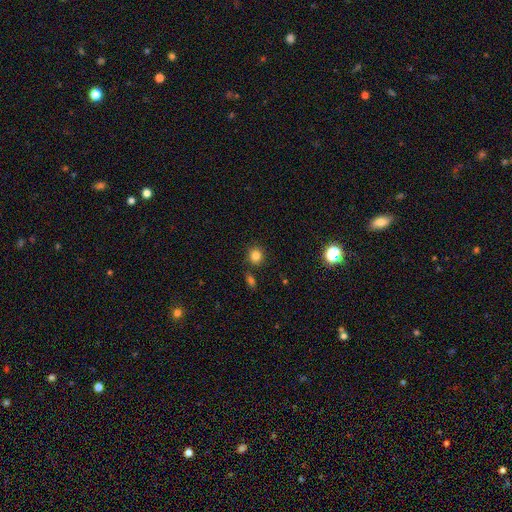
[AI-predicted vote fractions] smooth 83%, star or artifact 13%, featured or disk 5%. Down the decision tree: how rounded — round (88%); merging — none (83%).